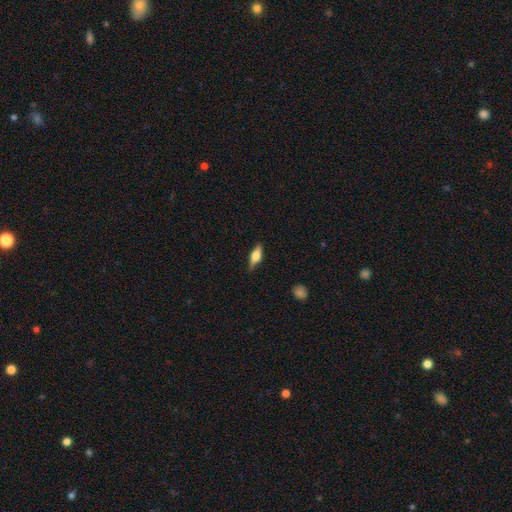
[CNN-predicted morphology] This appears to be a smooth galaxy with no disk features (53%) that is in between round and cigar-shaped (59%). Merging: none (82%).